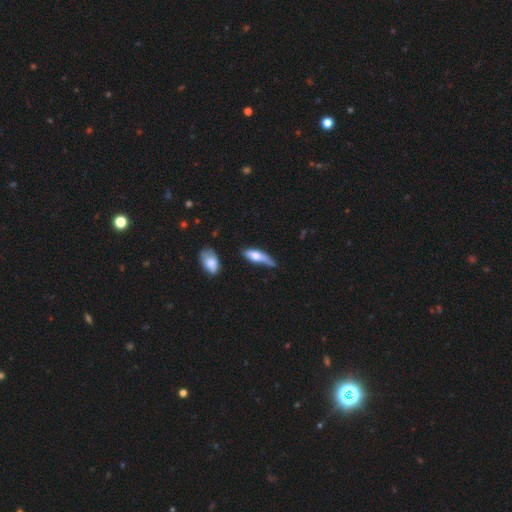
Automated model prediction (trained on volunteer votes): This is likely a smooth galaxy (64%). How rounded: possibly in between (51%). Merging: marginally minor disturbance (40%).